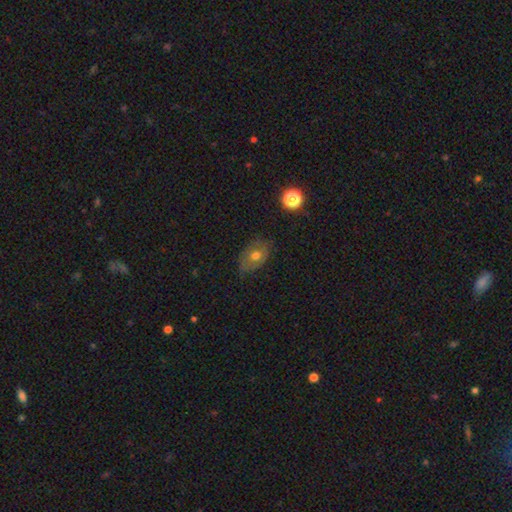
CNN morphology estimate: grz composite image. It shows a smooth galaxy with no disk features (53%) that is in between round and cigar-shaped (77%). Merging: none (67%).